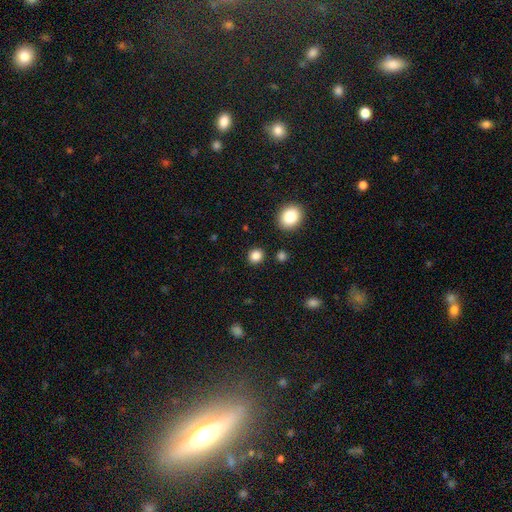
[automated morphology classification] smooth-or-featured: smooth: 85% | star or artifact: 11% | featured or disk: 4%
  how-rounded: round: 81% | in between: 18% | cigar-shaped: 1%
  merging: none: 89% | minor disturbance: 6% | merger: 2% | major disturbance: 2%